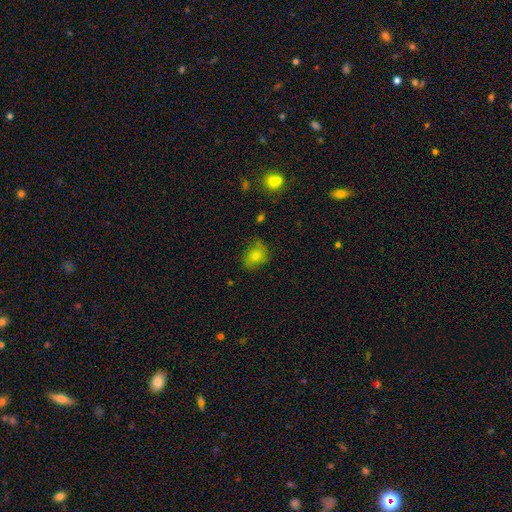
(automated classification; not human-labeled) Q: Smooth or featured?
A: smooth (75%); runner-up: featured or disk (14%)
Q: How rounded?
A: in between (53%); runner-up: round (46%)
Q: Merging?
A: none (64%); runner-up: minor disturbance (25%)